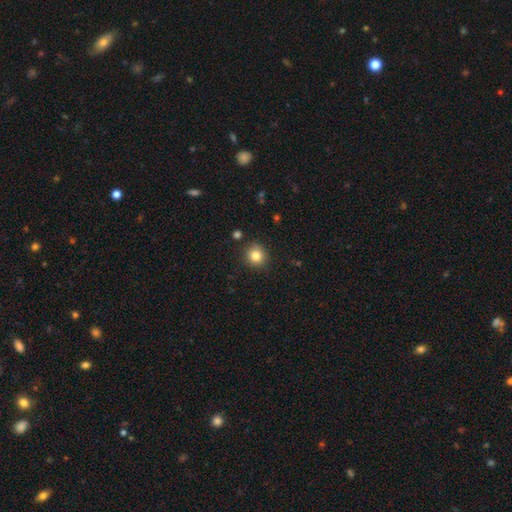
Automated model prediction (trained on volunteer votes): smooth_or_featured: smooth (p=0.83) [alt: star or artifact p=0.11]
how_rounded: round (p=0.88) [alt: in between p=0.11]
merging: none (p=0.88) [alt: minor disturbance p=0.08]